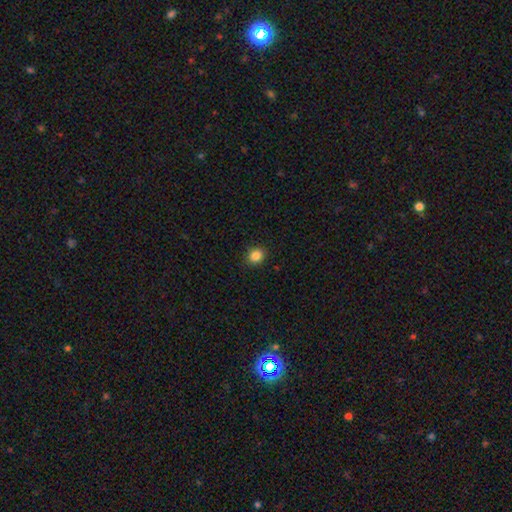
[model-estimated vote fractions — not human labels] Smooth or featured? Predicted: smooth (p=0.85). How rounded? Predicted: round (p=0.71). Merging? Predicted: none (p=0.91).